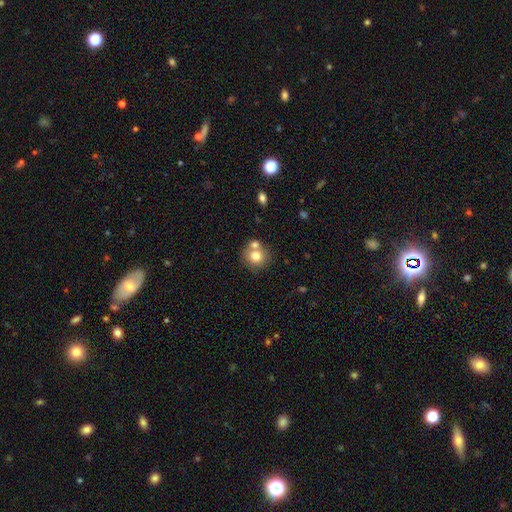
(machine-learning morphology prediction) This appears to be a smooth galaxy with no disk features (75%) that is round (86%). Merging: none (59%).